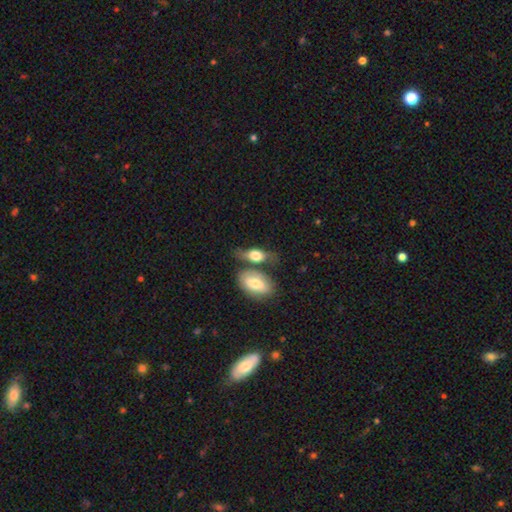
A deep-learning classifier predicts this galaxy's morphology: Smooth or featured?
  - smooth: 63% *
  - featured or disk: 30%
  - star or artifact: 7%
How rounded?
  - in between: 79% *
  - round: 11%
  - cigar-shaped: 10%
Merging?
  - none: 42% *
  - merger: 33%
  - minor disturbance: 17%
  - major disturbance: 9%